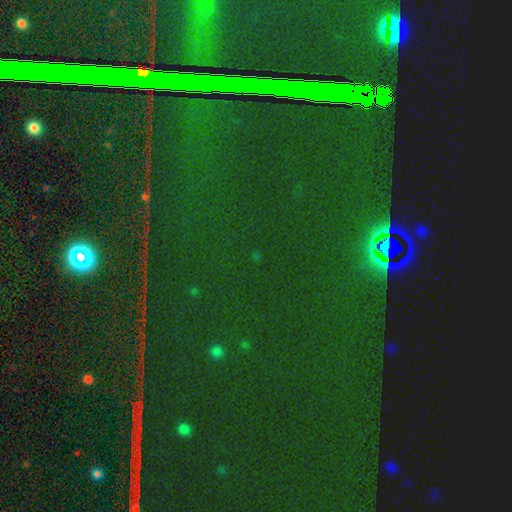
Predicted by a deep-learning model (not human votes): Smooth or featured? Predicted: star or artifact (p=0.83).